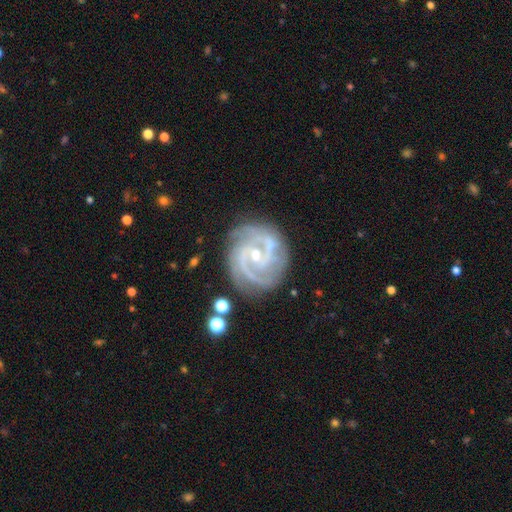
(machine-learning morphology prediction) This appears to be a featured or disk galaxy (91%) with a weak bar (45%), 2 (59%) tight (55%) spiral arms (98%) and a small central bulge (57%). Merging: none (76%).